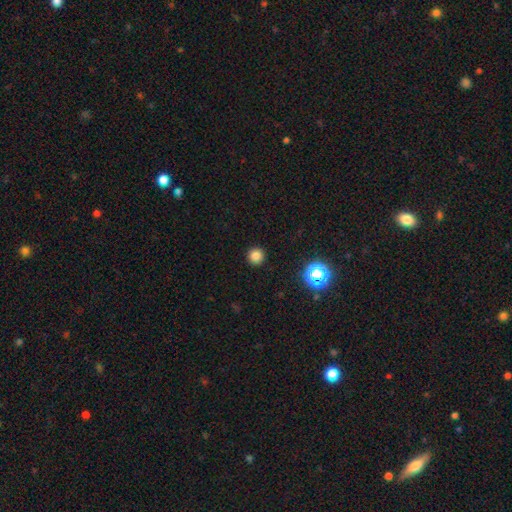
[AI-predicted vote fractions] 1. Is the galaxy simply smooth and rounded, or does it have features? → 82% smooth, 14% star or artifact, 4% featured or disk.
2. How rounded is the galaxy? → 96% round, 3% in between, 1% cigar-shaped.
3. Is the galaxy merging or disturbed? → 92% none, 5% minor disturbance, 2% major disturbance, 1% merger.